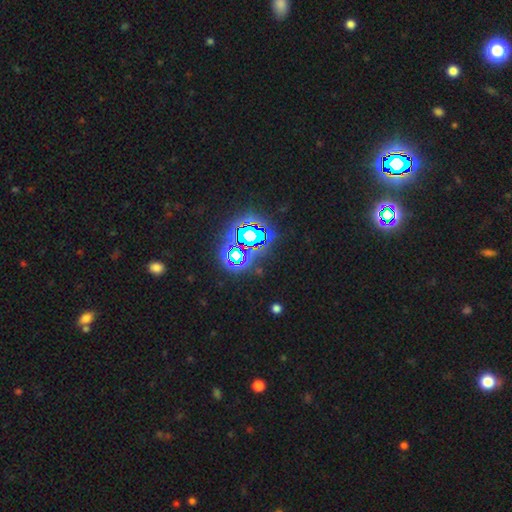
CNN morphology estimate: Smooth or featured? star or artifact (78%)